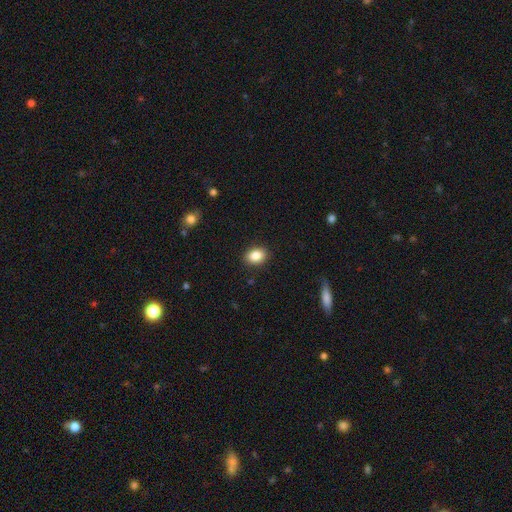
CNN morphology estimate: Q: Smooth or featured?
A: smooth (86%); runner-up: star or artifact (8%)
Q: How rounded?
A: in between (68%); runner-up: round (31%)
Q: Merging?
A: none (89%); runner-up: minor disturbance (8%)